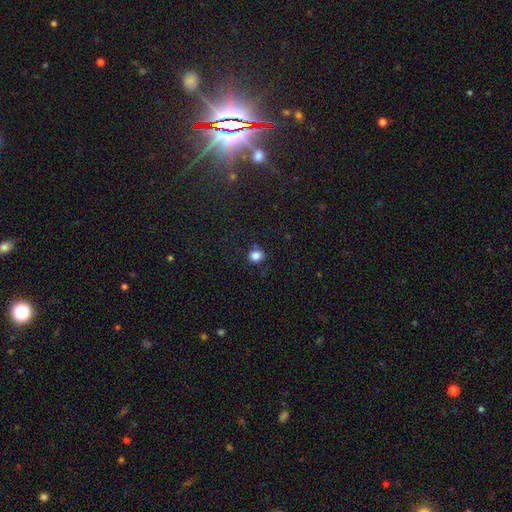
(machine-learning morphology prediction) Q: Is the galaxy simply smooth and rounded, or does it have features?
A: smooth — 84%.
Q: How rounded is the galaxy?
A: round — 74%.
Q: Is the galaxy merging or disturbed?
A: none — 83%.